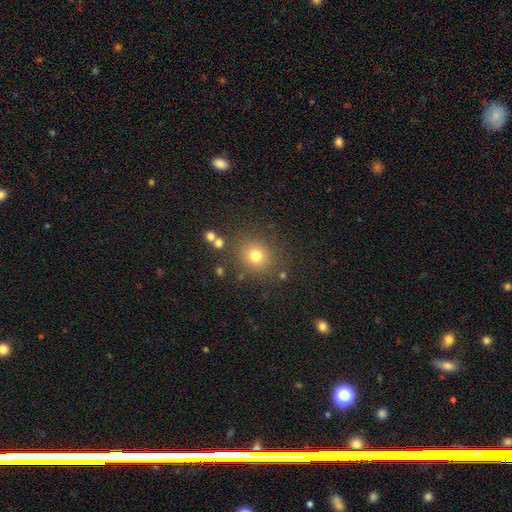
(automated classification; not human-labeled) A smooth galaxy with no disk features (76%) that is round (85%). Merging: none (83%).